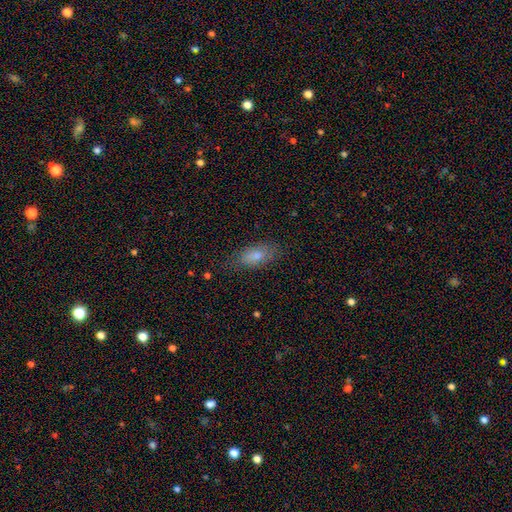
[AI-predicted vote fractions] smooth-or-featured: smooth: 70% | featured or disk: 19% | star or artifact: 11%
  how-rounded: in between: 78% | cigar-shaped: 17% | round: 5%
  merging: none: 77% | minor disturbance: 17% | major disturbance: 4% | merger: 1%